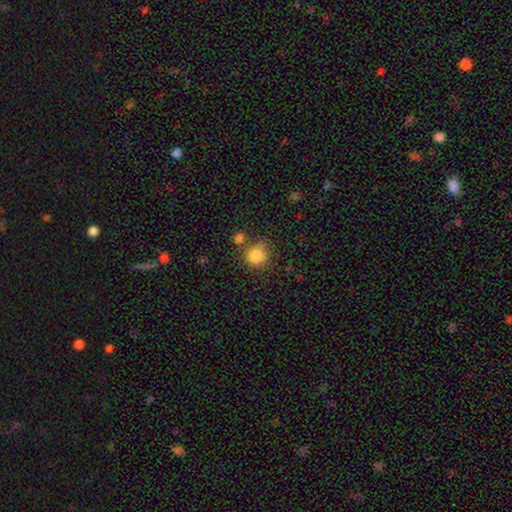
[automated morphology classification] Smooth or featured?
  - smooth: 84% *
  - star or artifact: 10%
  - featured or disk: 5%
How rounded?
  - round: 88% *
  - in between: 11%
  - cigar-shaped: 1%
Merging?
  - none: 66% *
  - minor disturbance: 15%
  - merger: 13%
  - major disturbance: 6%